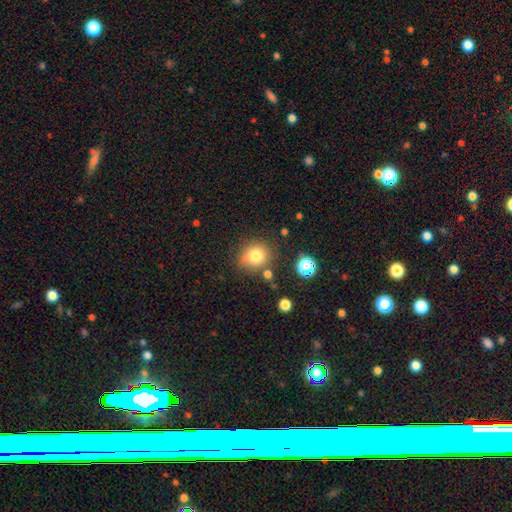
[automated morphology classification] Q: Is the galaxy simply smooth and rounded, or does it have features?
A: smooth — 78%.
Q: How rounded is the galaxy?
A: round — 80%.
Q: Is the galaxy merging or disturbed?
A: none — 76%.